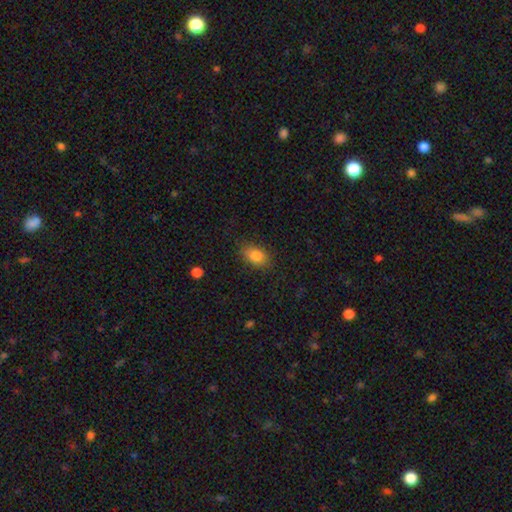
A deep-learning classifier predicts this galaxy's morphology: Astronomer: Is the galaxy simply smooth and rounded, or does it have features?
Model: smooth — 86%.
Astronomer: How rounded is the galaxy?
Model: in between — 86%.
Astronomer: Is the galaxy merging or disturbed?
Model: none — 81%.